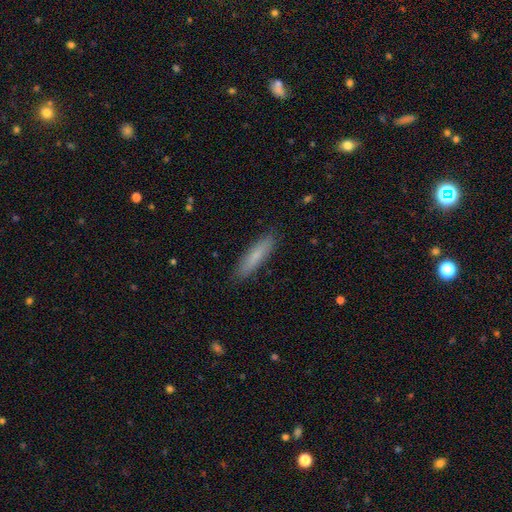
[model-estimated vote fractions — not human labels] A smooth galaxy with no disk features (76%) that is cigar-shaped (81%). Merging: none (88%).